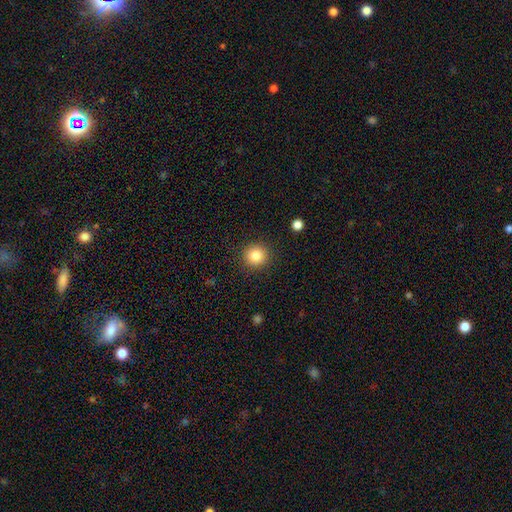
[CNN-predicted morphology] This appears to be a smooth galaxy with no disk features (85%) that is round (93%). Merging: none (90%).